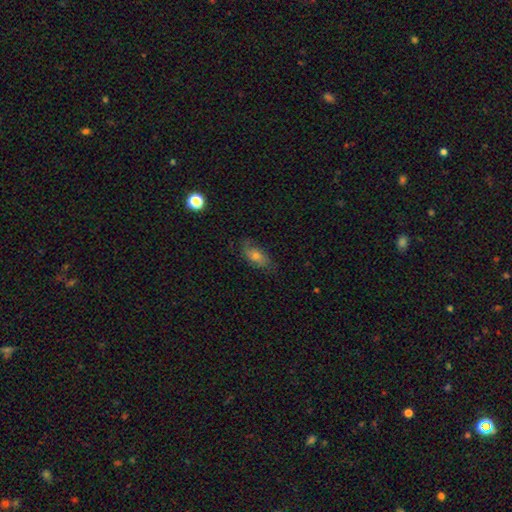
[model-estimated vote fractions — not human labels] smooth 55%, featured or disk 33%, star or artifact 12%. Down the decision tree: how rounded — in between (80%); merging — none (73%).